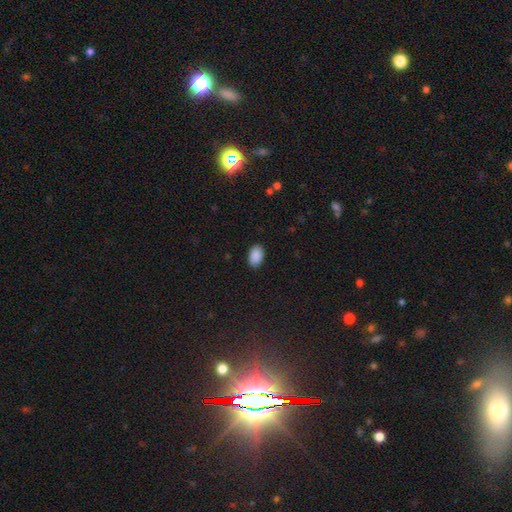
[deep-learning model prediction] A smooth galaxy with no disk features (90%) that is in between round and cigar-shaped (92%). Merging: none (89%).